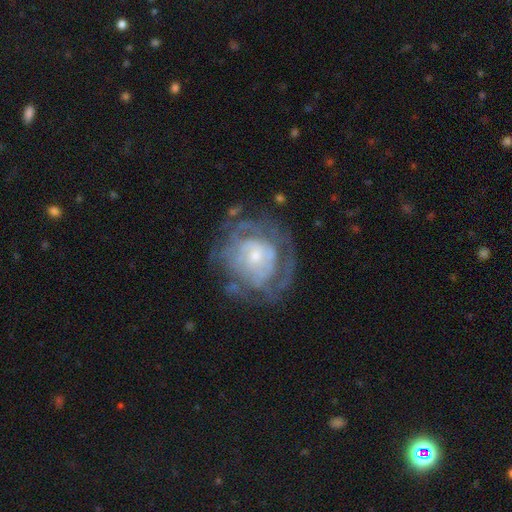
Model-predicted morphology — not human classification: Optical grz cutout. It shows a featured or disk galaxy (72%) with no bar (78%), spiral arms (62%) and a small central bulge (61%). Merging: none (62%).